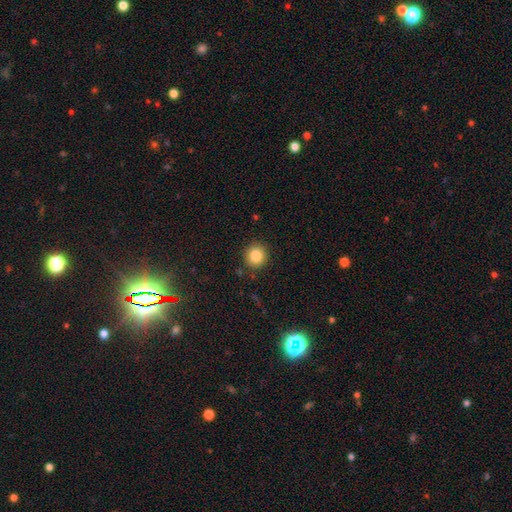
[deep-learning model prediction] Smooth or featured? smooth (85%)
How rounded? round (92%)
Merging? none (89%)